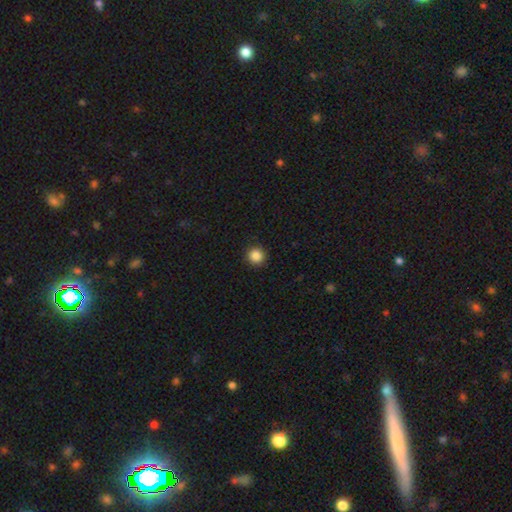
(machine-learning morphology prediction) This is clearly a smooth galaxy (87%). How rounded: clearly round (94%). Merging: clearly none (92%).